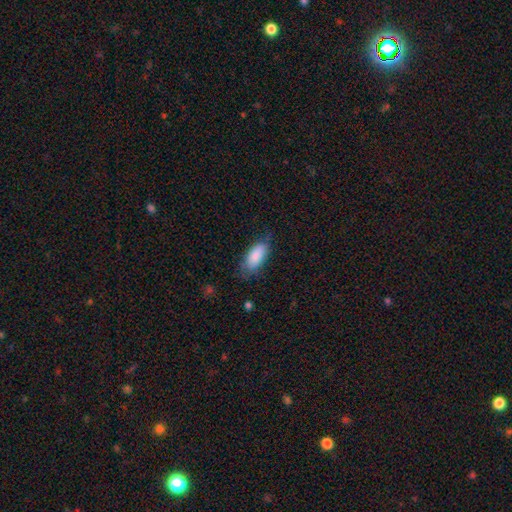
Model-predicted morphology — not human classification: This appears to be a smooth galaxy with no disk features (87%) that is in between round and cigar-shaped (87%). Merging: none (66%).